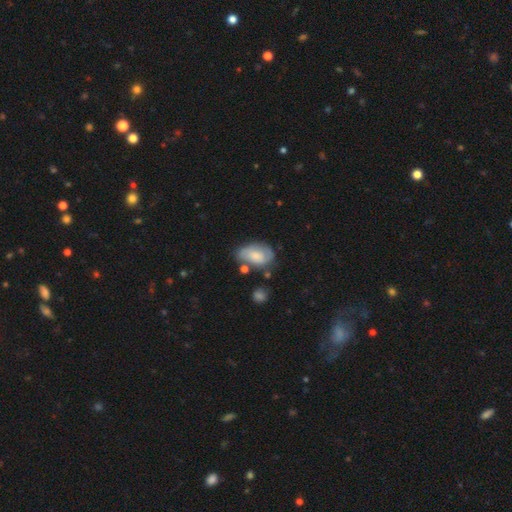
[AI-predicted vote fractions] smooth-or-featured: smooth: 49% | featured or disk: 44% | star or artifact: 7%
  merging: none: 51% | minor disturbance: 27% | major disturbance: 12% | merger: 10%